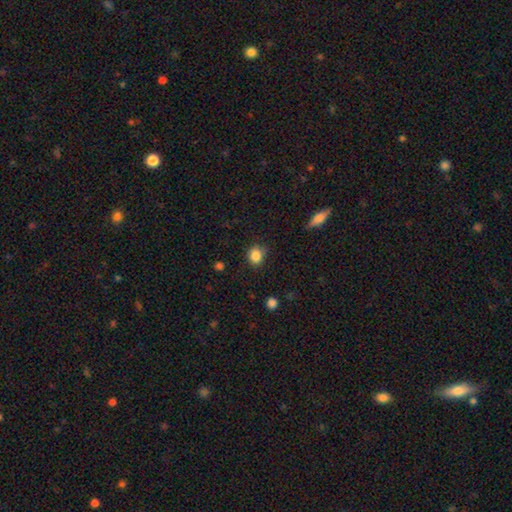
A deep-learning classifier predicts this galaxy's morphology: Q: Smooth or featured?
A: smooth (85%); runner-up: star or artifact (10%)
Q: How rounded?
A: round (72%); runner-up: in between (27%)
Q: Merging?
A: none (79%); runner-up: minor disturbance (16%)